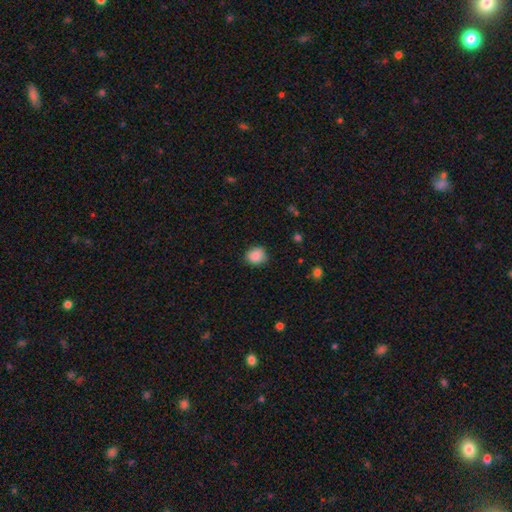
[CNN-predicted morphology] smooth-or-featured: smooth: 88% | star or artifact: 9% | featured or disk: 4%
  how-rounded: round: 69% | in between: 30% | cigar-shaped: 1%
  merging: none: 80% | minor disturbance: 16% | major disturbance: 3% | merger: 1%